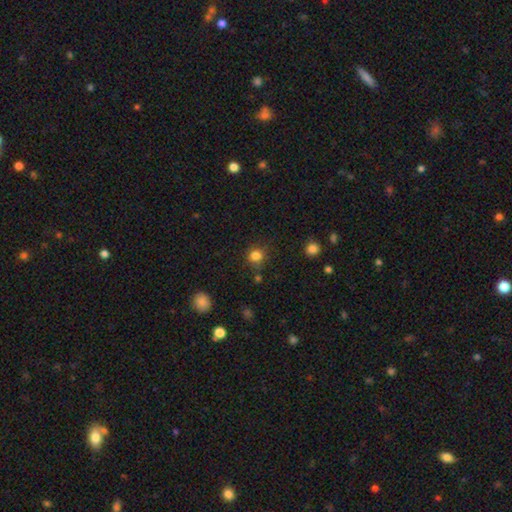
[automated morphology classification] smooth_or_featured: smooth (p=0.82) [alt: star or artifact p=0.13]
how_rounded: round (p=0.84) [alt: in between p=0.15]
merging: none (p=0.75) [alt: minor disturbance p=0.15]